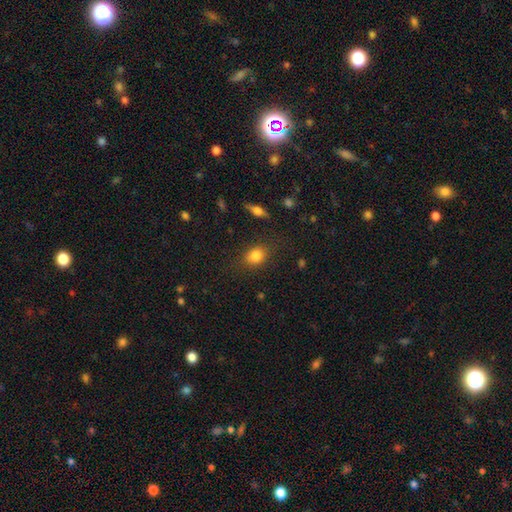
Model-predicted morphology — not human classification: Overall: smooth (81%). How rounded: in between (53%; round 45%). Merging: none (78%).